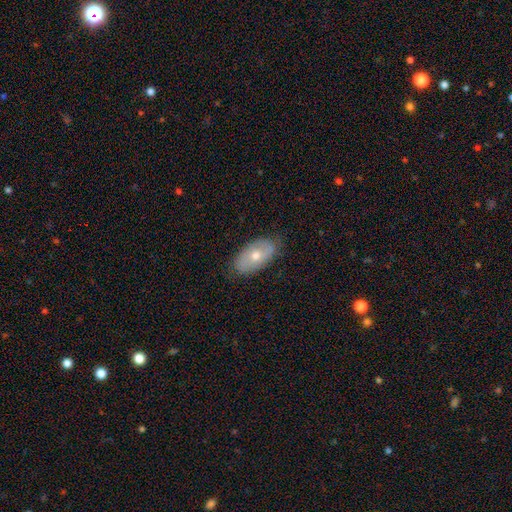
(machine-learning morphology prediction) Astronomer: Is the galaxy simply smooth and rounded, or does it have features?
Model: smooth — 57% (runner-up: featured or disk, 36%).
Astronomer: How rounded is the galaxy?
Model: in between — 93%.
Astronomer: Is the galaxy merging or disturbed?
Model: none — 81%.